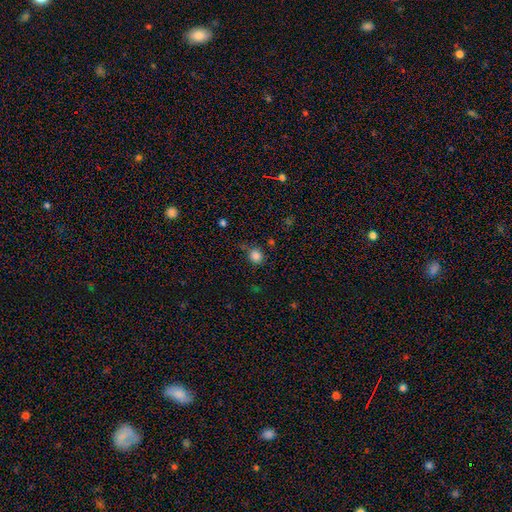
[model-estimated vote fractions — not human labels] A smooth galaxy with no disk features (83%) that is round (76%). Merging: none (72%).